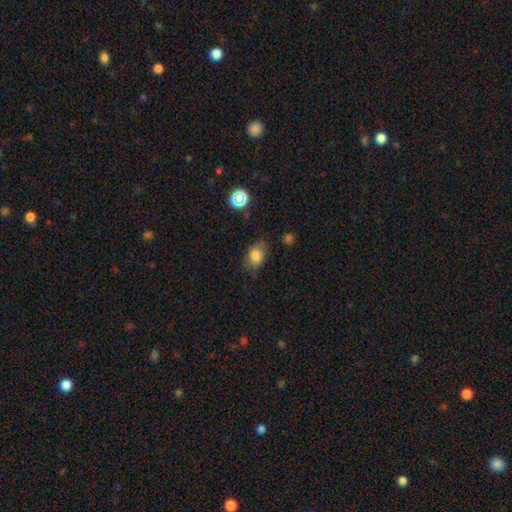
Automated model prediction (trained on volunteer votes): smooth_or_featured: smooth (p=0.78) [alt: featured or disk p=0.11]
how_rounded: in between (p=0.82) [alt: round p=0.17]
merging: none (p=0.70) [alt: minor disturbance p=0.23]